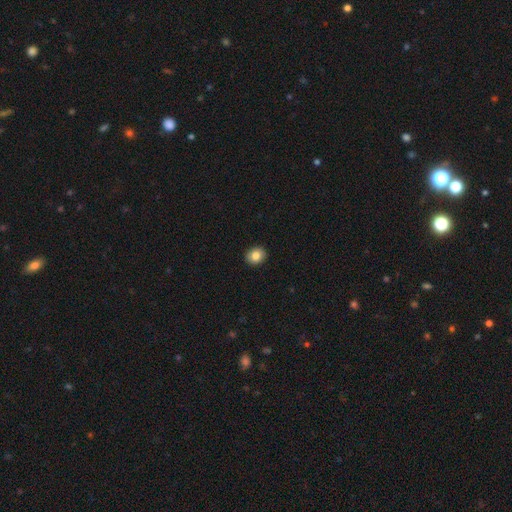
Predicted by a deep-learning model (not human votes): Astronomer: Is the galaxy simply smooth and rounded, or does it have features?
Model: smooth — 84%.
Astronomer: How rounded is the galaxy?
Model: round — 67%.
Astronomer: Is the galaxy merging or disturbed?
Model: none — 92%.